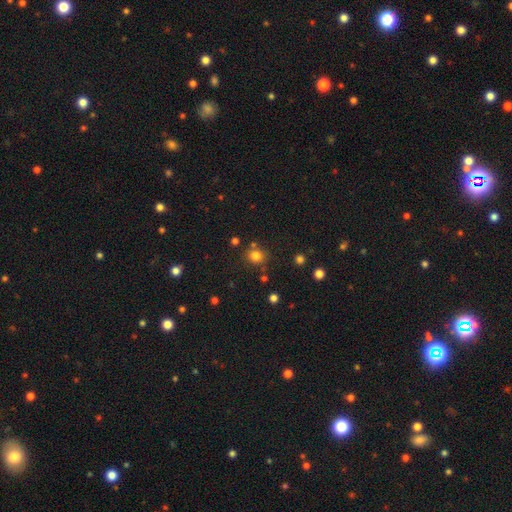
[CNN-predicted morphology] This is likely a smooth galaxy (79%). How rounded: clearly round (84%). Merging: likely none (77%).